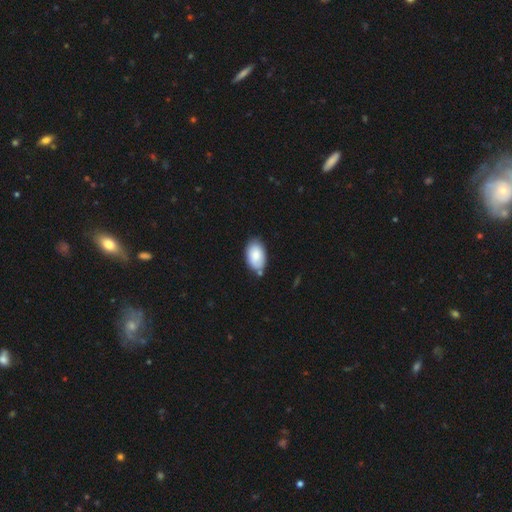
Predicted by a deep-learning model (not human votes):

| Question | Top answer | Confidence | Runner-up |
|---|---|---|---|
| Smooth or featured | smooth | 83% | featured or disk (11%) |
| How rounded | in between | 94% | round (5%) |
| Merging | none | 71% | minor disturbance (20%) |